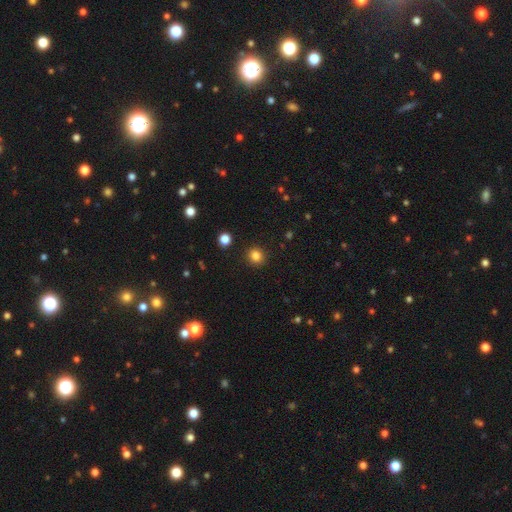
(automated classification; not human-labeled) smooth 83%, star or artifact 12%, featured or disk 4%. Down the decision tree: how rounded — round (89%); merging — none (92%).